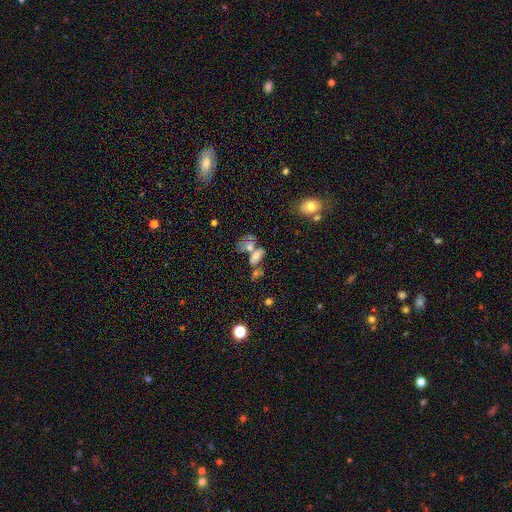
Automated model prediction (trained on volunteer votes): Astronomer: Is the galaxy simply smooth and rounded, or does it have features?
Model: smooth — 56%.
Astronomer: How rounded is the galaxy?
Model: in between — 77%.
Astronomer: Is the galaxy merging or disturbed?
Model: merger — 55%.